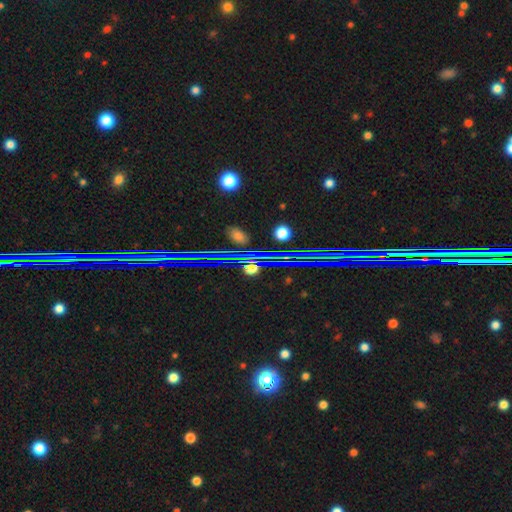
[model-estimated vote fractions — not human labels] Overall: star or artifact (83%).